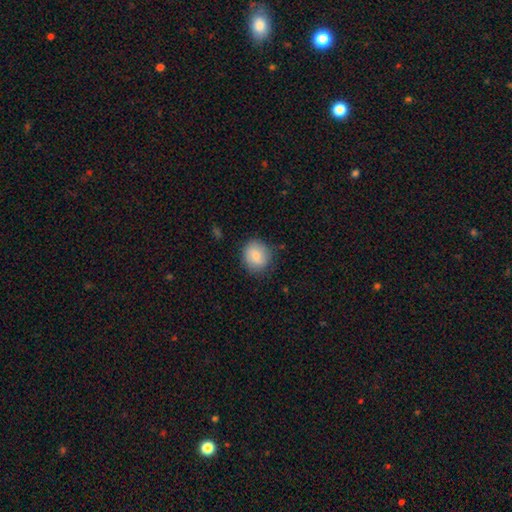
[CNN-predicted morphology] Smooth or featured? smooth (82%)
How rounded? round (77%)
Merging? none (80%)